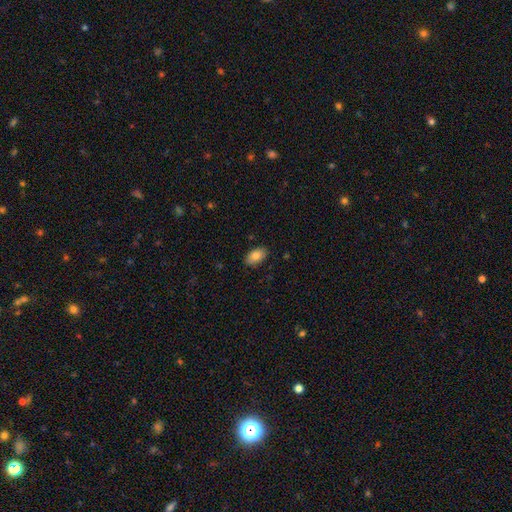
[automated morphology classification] type=smooth (83%); roundness=in between (92%); merging=none (86%).